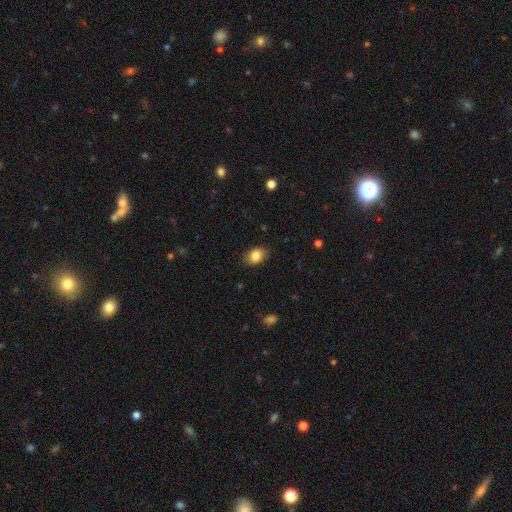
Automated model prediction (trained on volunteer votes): Q: Smooth or featured?
A: smooth (84%); runner-up: star or artifact (8%)
Q: How rounded?
A: in between (78%); runner-up: round (21%)
Q: Merging?
A: none (85%); runner-up: minor disturbance (11%)